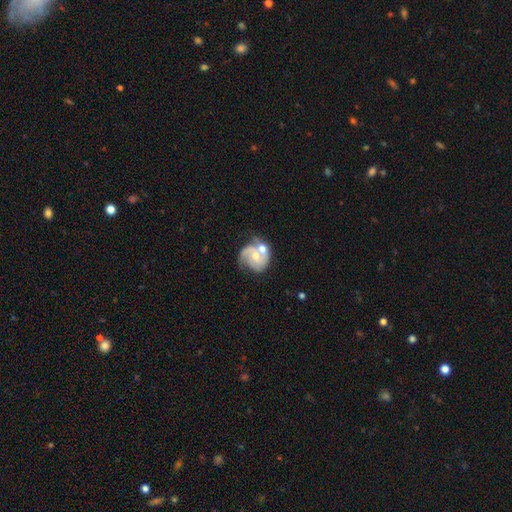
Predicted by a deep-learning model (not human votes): smooth_or_featured: featured or disk (p=0.75) [alt: smooth p=0.19]
disk_edge_on: no (p=0.98) [alt: yes p=0.02]
bar: no (p=0.63) [alt: weak p=0.31]
has_spiral_arms: yes (p=0.90) [alt: no p=0.10]
spiral_winding: medium (p=0.45) [alt: tight p=0.36]
spiral_arm_count: 2 (p=0.57) [alt: 3 p=0.15]
bulge_size: moderate (p=0.48) [alt: small p=0.44]
merging: merger (p=0.36) [alt: none p=0.35]